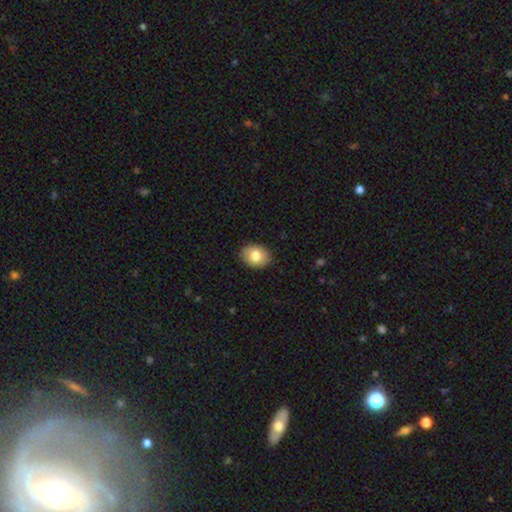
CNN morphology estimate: Smooth or featured: smooth — 81% (featured or disk — 11%)
How rounded: in between — 66% (round — 33%)
Merging: none — 88% (minor disturbance — 9%)